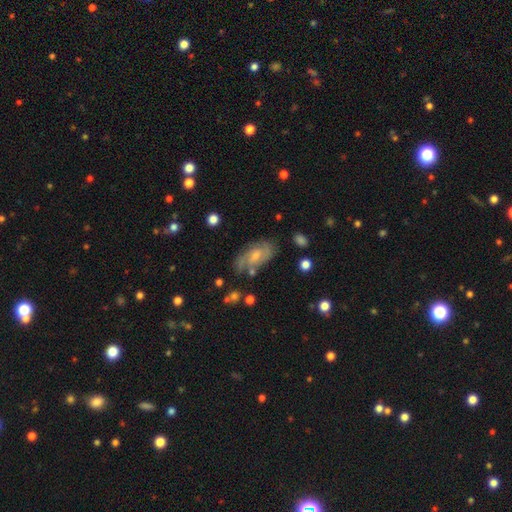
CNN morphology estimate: type=featured or disk (70%); edge-on=no (94%); bar=no (53%); spiral arms=yes (88%); winding=medium (46%); arm count=2 (58%); bulge=small (48%); merging=none (66%).